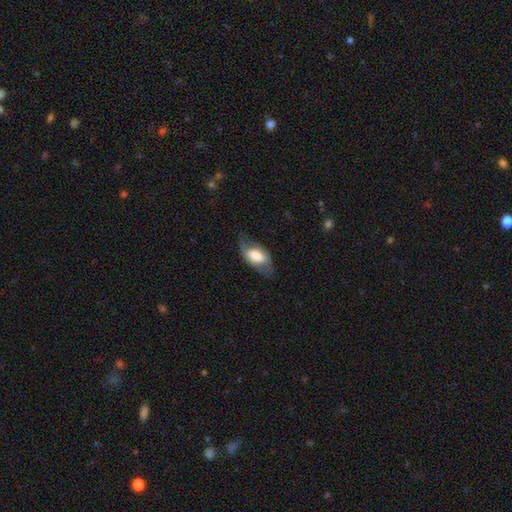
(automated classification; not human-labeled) Smooth or featured? smooth (51%)
How rounded? in between (91%)
Merging? none (62%)